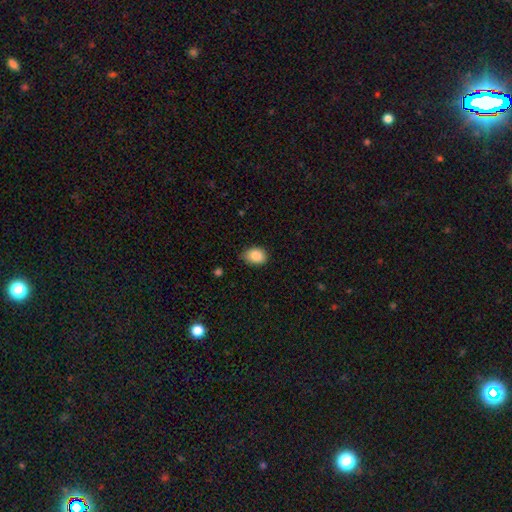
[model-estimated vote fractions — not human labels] smooth-or-featured: smooth: 87% | star or artifact: 8% | featured or disk: 5%
  how-rounded: in between: 69% | round: 30% | cigar-shaped: 1%
  merging: none: 75% | minor disturbance: 21% | major disturbance: 3% | merger: 1%